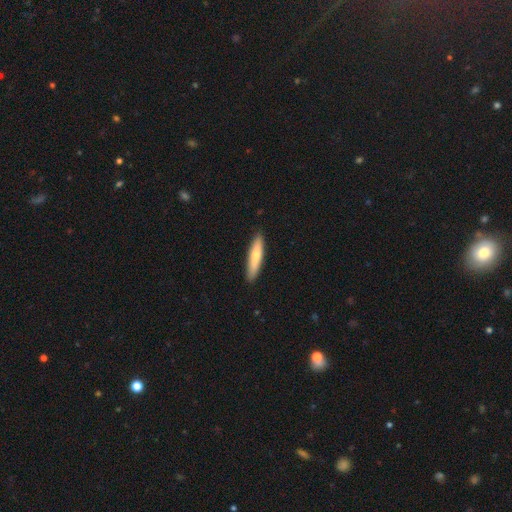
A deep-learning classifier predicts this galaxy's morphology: Smooth or featured? smooth (68%)
How rounded? cigar-shaped (85%)
Merging? none (90%)